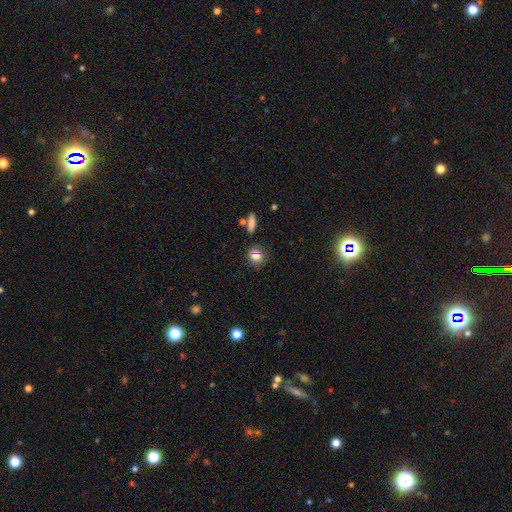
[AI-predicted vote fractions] Morphology: type=smooth (75%); roundness=round (65%); merging=none (74%).